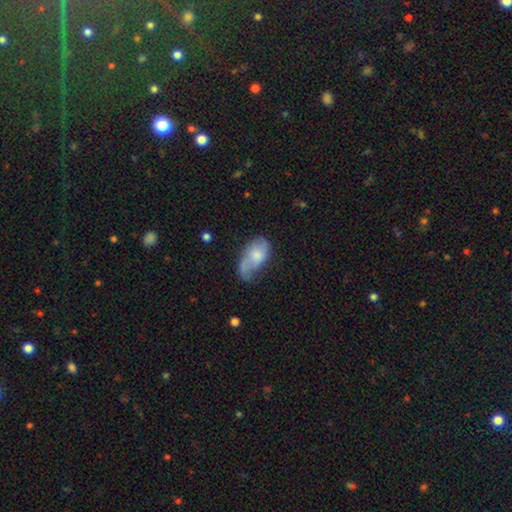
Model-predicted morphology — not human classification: A smooth galaxy with no disk features (53%) that is in between round and cigar-shaped (92%). Merging: minor disturbance (34%).